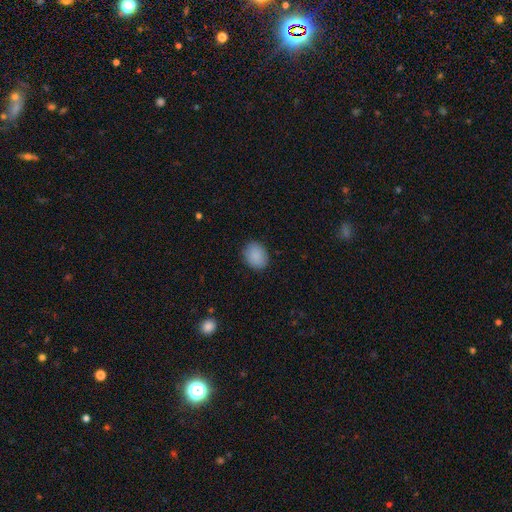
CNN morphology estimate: This is clearly a smooth galaxy (89%). How rounded: possibly round (50%). Merging: clearly none (87%).